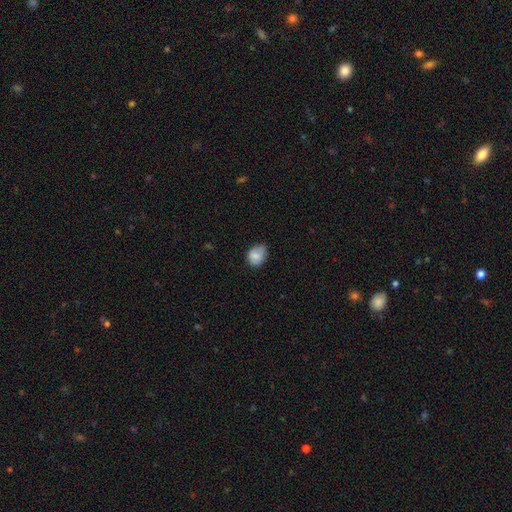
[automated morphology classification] Smooth or featured? smooth (82%)
How rounded? in between (54%)
Merging? none (58%)